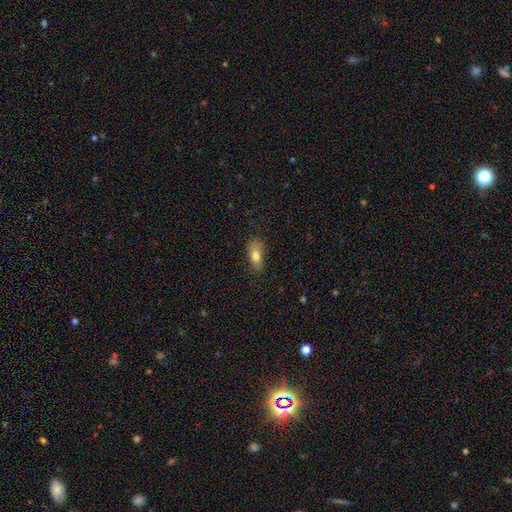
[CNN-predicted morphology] smooth 75%, featured or disk 16%, star or artifact 9%. Down the decision tree: how rounded — in between (79%); merging — none (72%).